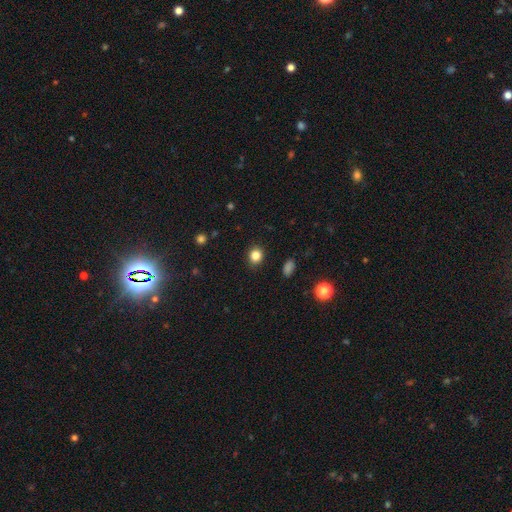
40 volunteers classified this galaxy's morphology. smooth_or_featured: smooth (p=0.88) [alt: star or artifact p=0.12]
how_rounded: round (p=0.69) [alt: in between p=0.31]
merging: none (p=0.97) [alt: minor disturbance p=0.03]